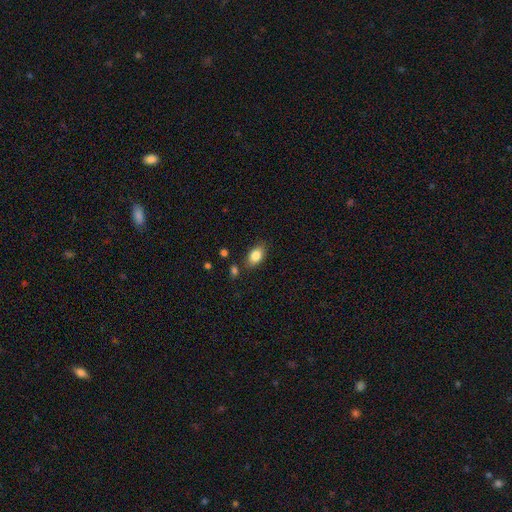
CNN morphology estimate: Smooth or featured? Predicted: smooth (p=0.84). How rounded? Predicted: in between (p=0.88). Merging? Predicted: none (p=0.79).